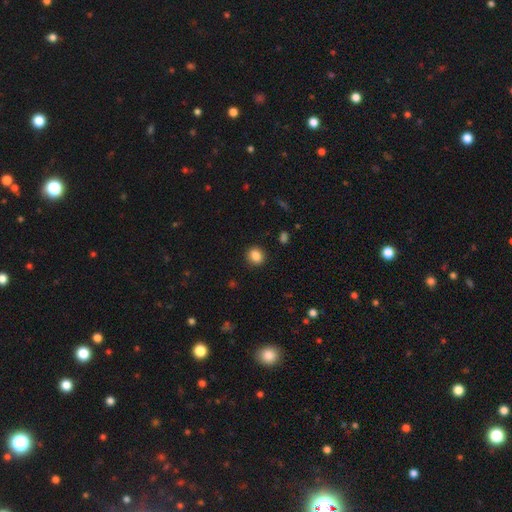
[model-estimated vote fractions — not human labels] This is clearly a smooth galaxy (86%). How rounded: likely round (68%). Merging: clearly none (90%).